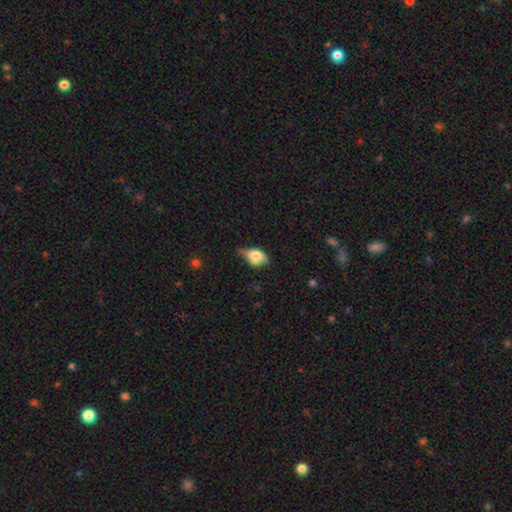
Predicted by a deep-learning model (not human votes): This is likely a smooth galaxy (73%). How rounded: clearly in between (87%). Merging: marginally minor disturbance (44%).